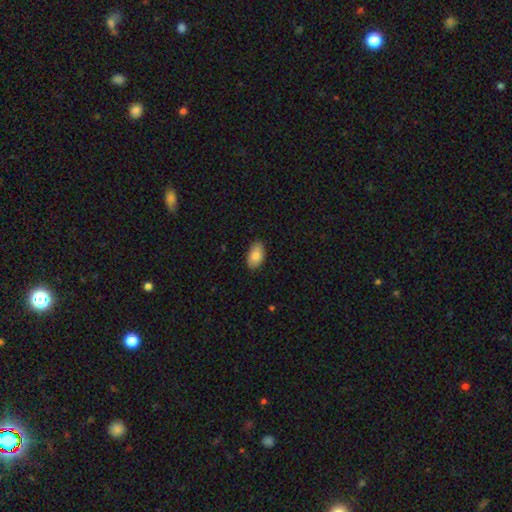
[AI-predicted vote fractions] Overall: smooth (84%). How rounded: in between (94%). Merging: none (83%).